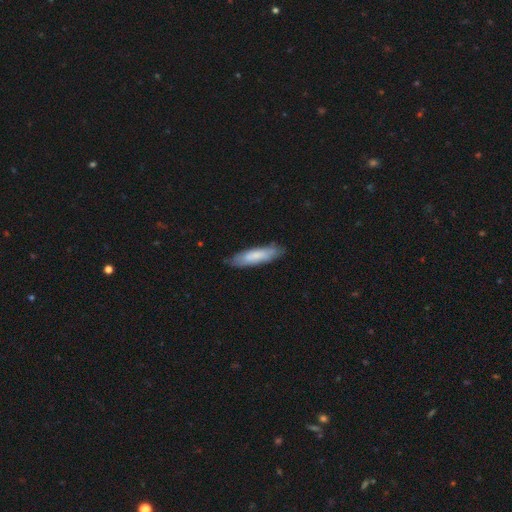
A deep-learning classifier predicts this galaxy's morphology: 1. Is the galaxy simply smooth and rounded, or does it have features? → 70% smooth, 25% featured or disk, 5% star or artifact.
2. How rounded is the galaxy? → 66% cigar-shaped, 33% in between, 1% round.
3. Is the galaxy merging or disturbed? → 78% none, 17% minor disturbance, 3% major disturbance, 1% merger.